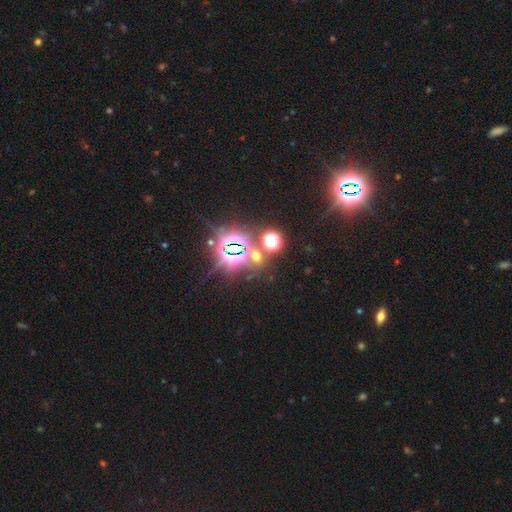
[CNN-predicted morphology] type=star or artifact (69%).